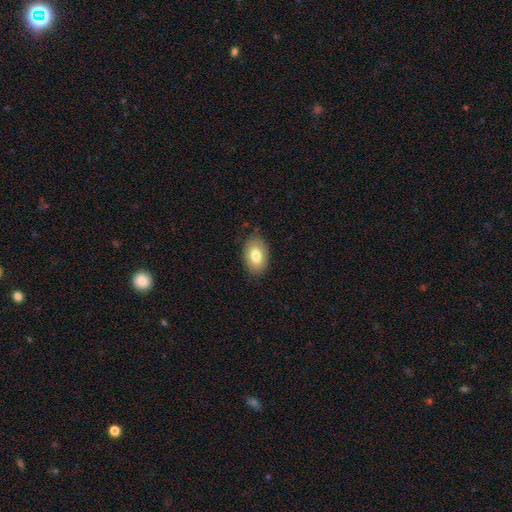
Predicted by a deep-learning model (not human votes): Smooth or featured: smooth — 77% (featured or disk — 16%)
How rounded: in between — 91% (round — 8%)
Merging: none — 83% (minor disturbance — 13%)